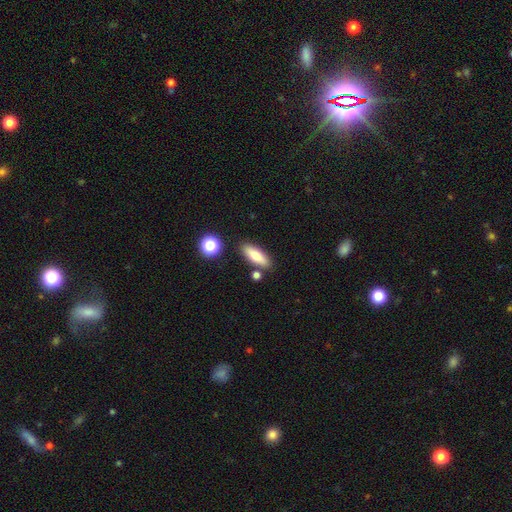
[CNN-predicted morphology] type=smooth (76%); roundness=in between (60%); merging=none (82%).